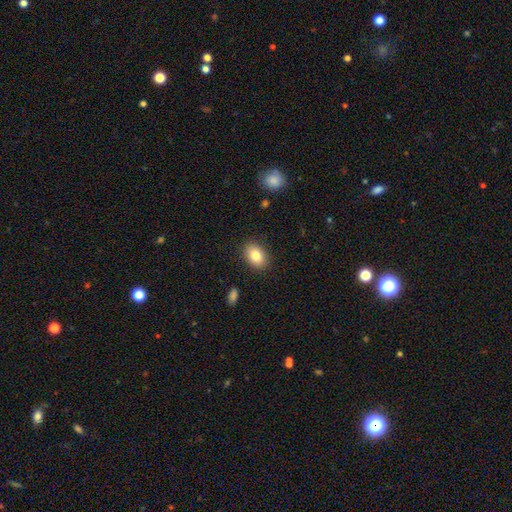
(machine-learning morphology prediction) smooth 82%, featured or disk 10%, star or artifact 8%. Down the decision tree: how rounded — in between (83%); merging — none (88%).